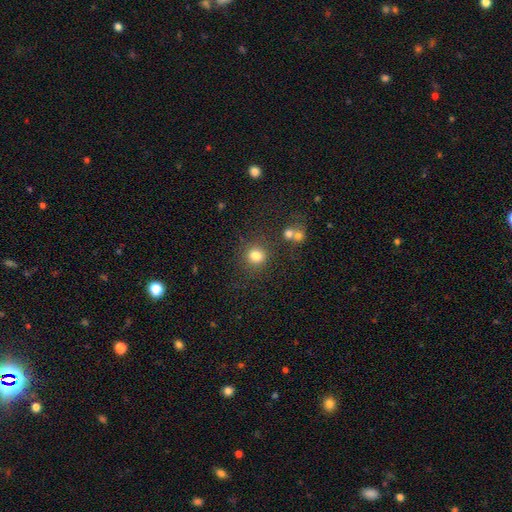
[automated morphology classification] Smooth or featured: smooth — 80% (star or artifact — 14%)
How rounded: round — 89% (in between — 10%)
Merging: none — 82% (minor disturbance — 9%)